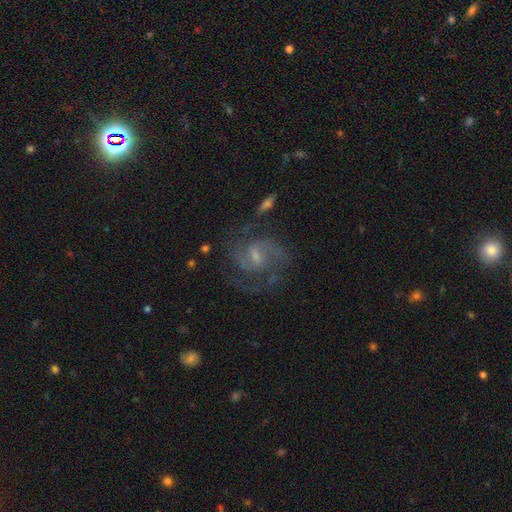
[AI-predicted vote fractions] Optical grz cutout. It shows a featured or disk galaxy (85%) with a weak bar (57%), 2 (78%) medium (56%) spiral arms (97%) and a small central bulge (53%). Merging: none (74%).